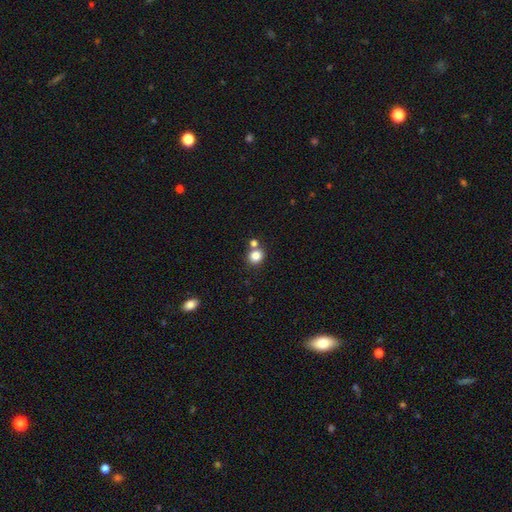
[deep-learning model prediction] Smooth or featured? smooth (83%)
How rounded? round (83%)
Merging? none (66%)